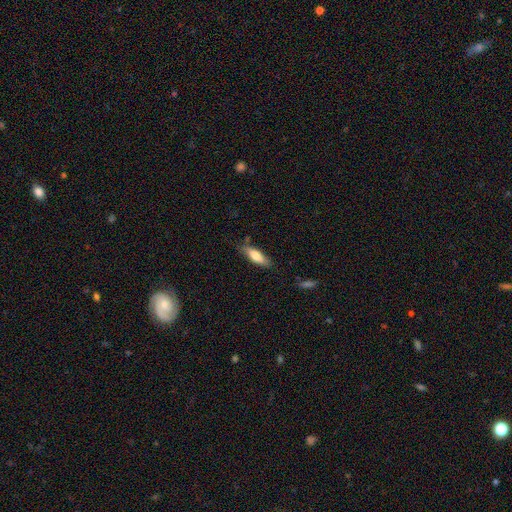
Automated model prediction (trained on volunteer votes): A smooth galaxy with no disk features (70%) that is cigar-shaped (51%).

Vote fractions:
- Smooth or featured? smooth: 70% / featured or disk: 24% / star or artifact: 6%
- How rounded? cigar-shaped: 51% / in between: 47% / round: 2%
- Merging? none: 77% / minor disturbance: 18% / major disturbance: 3% / merger: 2%